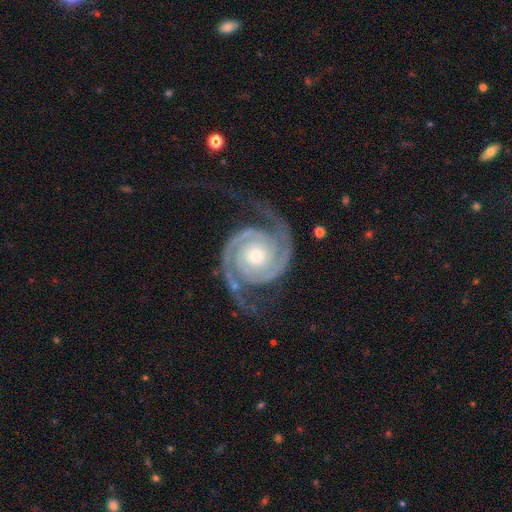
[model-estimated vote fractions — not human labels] Overall: featured or disk (94%). Edge-on disk: no (98%). Bar: no (77%). Spiral arms: yes (99%). Spiral arm count: 2 (93%). Spiral winding: tight (62%; medium 32%). Bulge size: moderate (58%; small 34%). Merging: none (77%).